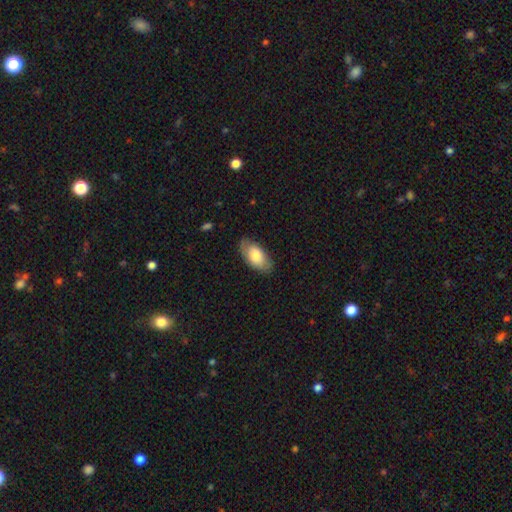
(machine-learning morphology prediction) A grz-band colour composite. It shows a smooth galaxy with no disk features (73%) that is in between round and cigar-shaped (93%). Merging: none (77%).